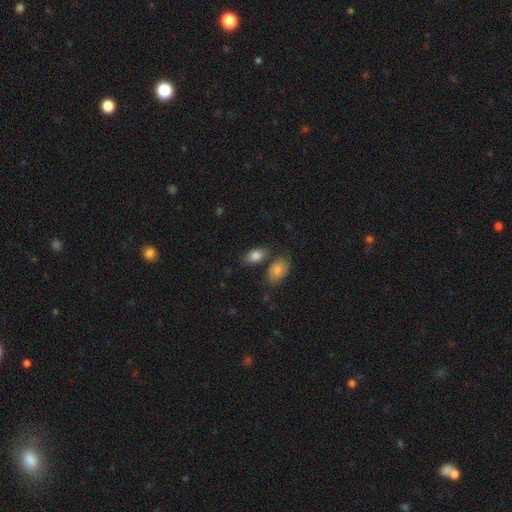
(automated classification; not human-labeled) A smooth galaxy with no disk features (83%) that is in between round and cigar-shaped (90%).

Vote fractions:
- Smooth or featured? smooth: 83% / featured or disk: 10% / star or artifact: 7%
- How rounded? in between: 90% / round: 7% / cigar-shaped: 2%
- Merging? none: 62% / merger: 19% / minor disturbance: 15% / major disturbance: 4%